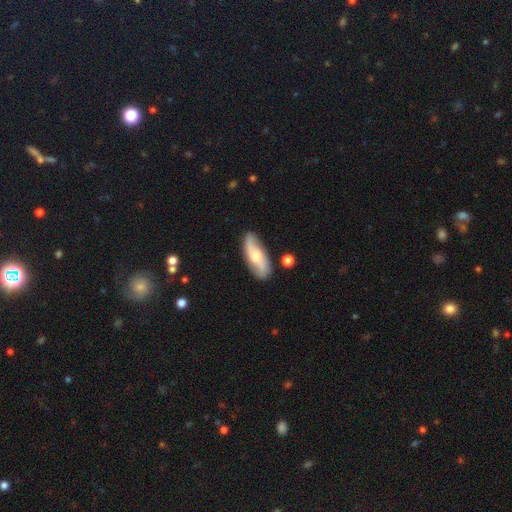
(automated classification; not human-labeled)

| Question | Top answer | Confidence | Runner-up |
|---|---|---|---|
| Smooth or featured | featured or disk | 60% | smooth (33%) |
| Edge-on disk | no | 86% | yes (14%) |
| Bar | no | 59% | weak (31%) |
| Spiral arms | yes | 89% | no (11%) |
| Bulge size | moderate | 51% | small (40%) |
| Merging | none | 80% | minor disturbance (14%) |